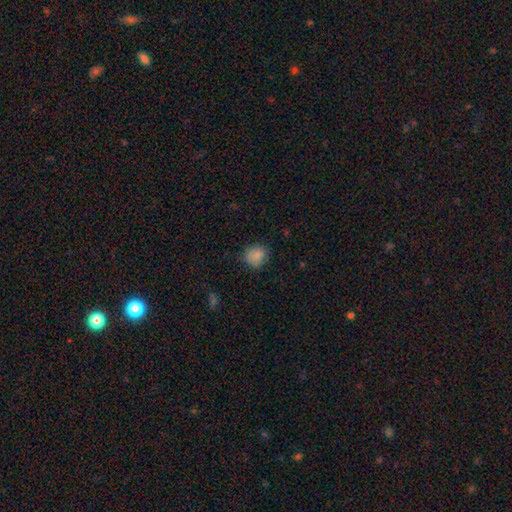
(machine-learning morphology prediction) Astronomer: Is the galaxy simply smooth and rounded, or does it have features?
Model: smooth — 84%.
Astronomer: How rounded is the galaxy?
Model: round — 78%.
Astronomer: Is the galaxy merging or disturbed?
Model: none — 80%.